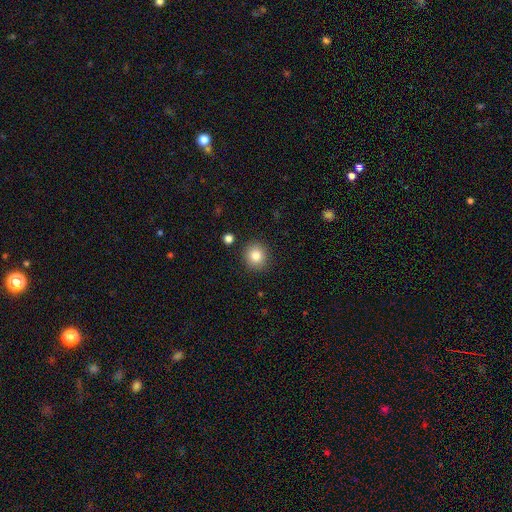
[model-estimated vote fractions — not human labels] smooth-or-featured: smooth: 82% | star or artifact: 11% | featured or disk: 7%
  how-rounded: round: 87% | in between: 12% | cigar-shaped: 1%
  merging: none: 89% | minor disturbance: 7% | major disturbance: 2% | merger: 2%